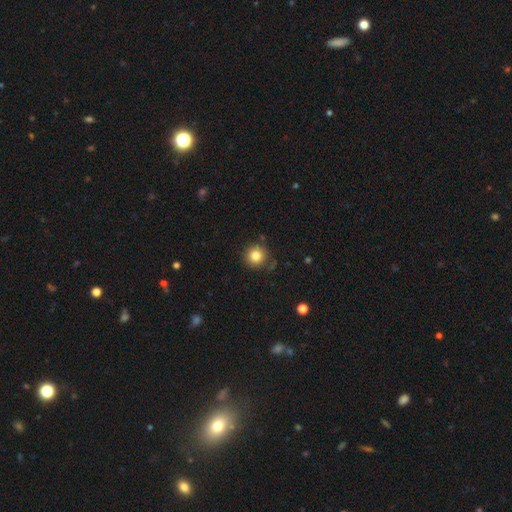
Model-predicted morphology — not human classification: type=smooth (82%); roundness=round (94%); merging=none (85%).